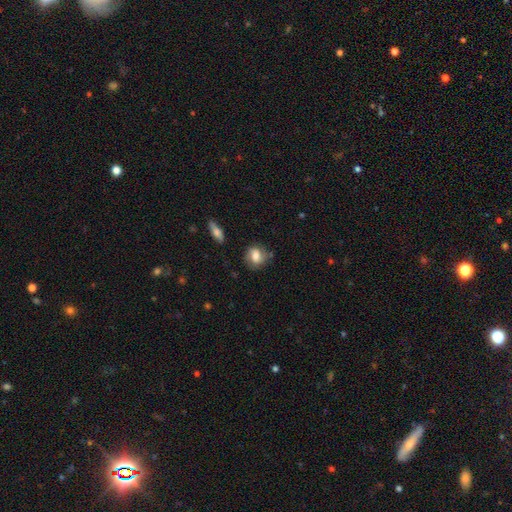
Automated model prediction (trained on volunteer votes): This is likely a smooth galaxy (63%). How rounded: likely round (62%). Merging: likely none (66%).